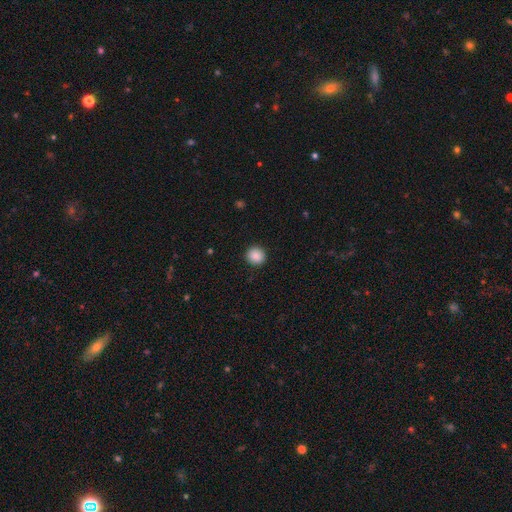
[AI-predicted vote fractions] Q: Smooth or featured?
A: smooth (89%); runner-up: star or artifact (9%)
Q: How rounded?
A: round (93%); runner-up: in between (6%)
Q: Merging?
A: none (92%); runner-up: minor disturbance (5%)